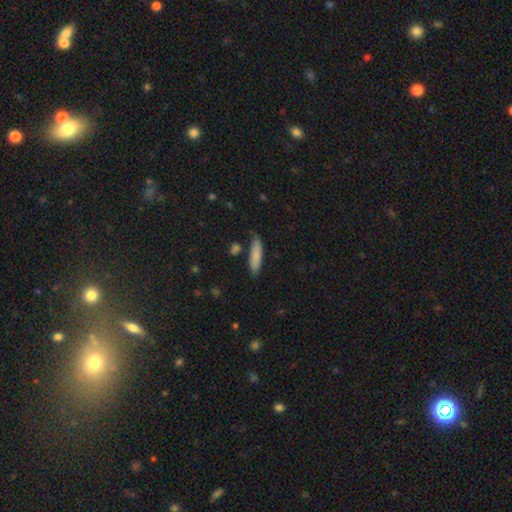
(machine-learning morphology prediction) Smooth or featured: smooth — 83% (featured or disk — 10%)
How rounded: cigar-shaped — 74% (in between — 25%)
Merging: none — 77% (minor disturbance — 16%)